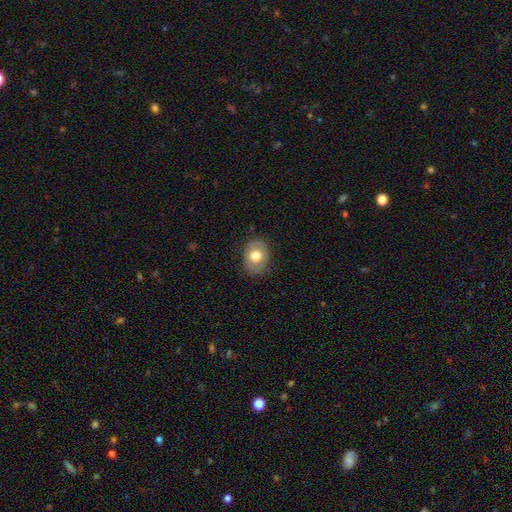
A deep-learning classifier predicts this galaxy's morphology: This is likely a smooth galaxy (64%). How rounded: possibly in between (54%). Merging: clearly none (81%).